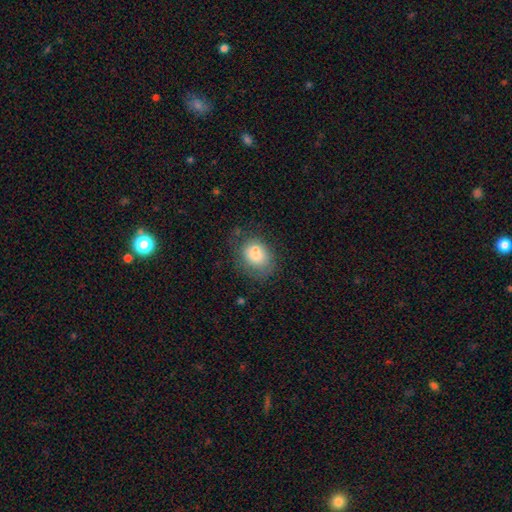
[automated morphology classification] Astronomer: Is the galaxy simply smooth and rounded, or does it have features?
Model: smooth — 74%.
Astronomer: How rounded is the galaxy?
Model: in between — 54% (runner-up: round, 45%).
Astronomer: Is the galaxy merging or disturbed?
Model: none — 52%.